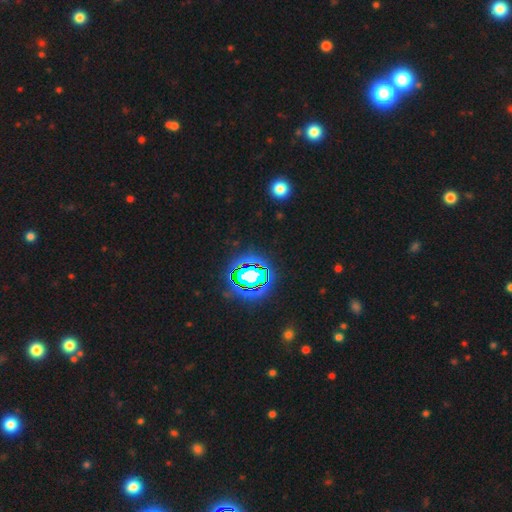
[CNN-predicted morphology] Q: Smooth or featured?
A: star or artifact (81%); runner-up: smooth (12%)